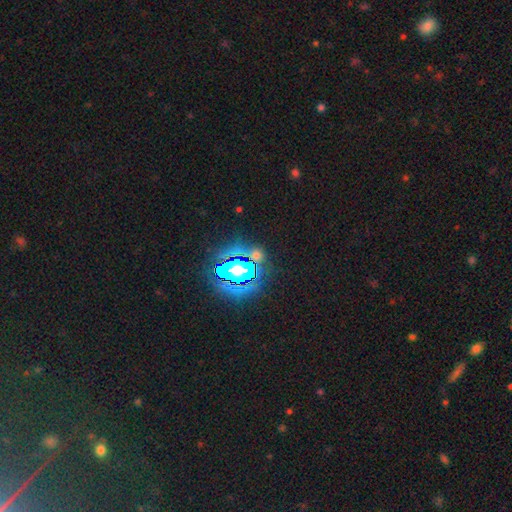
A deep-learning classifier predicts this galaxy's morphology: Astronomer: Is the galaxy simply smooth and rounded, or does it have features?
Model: star or artifact — 63%.